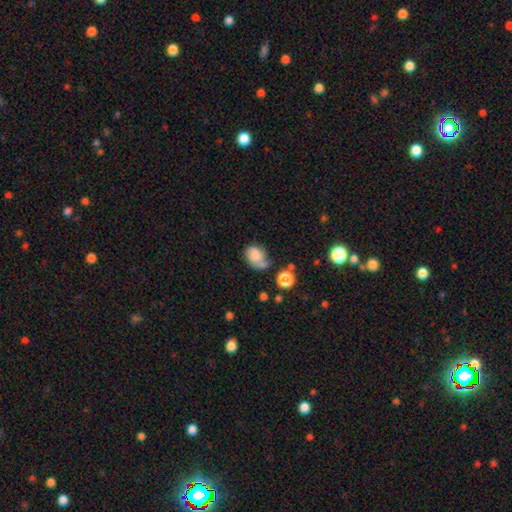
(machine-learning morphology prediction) This appears to be a smooth galaxy with no disk features (73%) that is in between round and cigar-shaped (56%). Merging: none (35%).